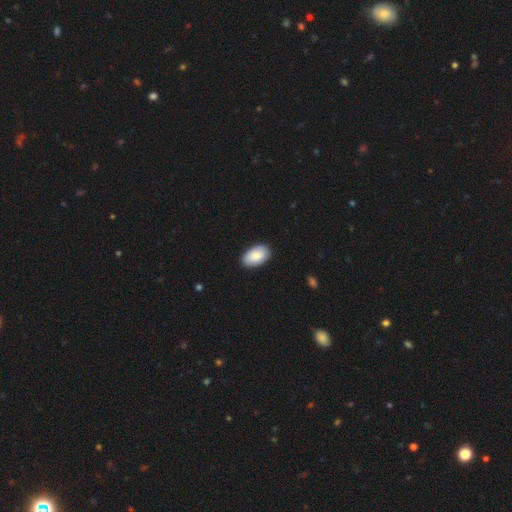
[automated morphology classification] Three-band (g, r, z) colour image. It shows a smooth galaxy with no disk features (88%) that is in between round and cigar-shaped (95%). Merging: none (88%).